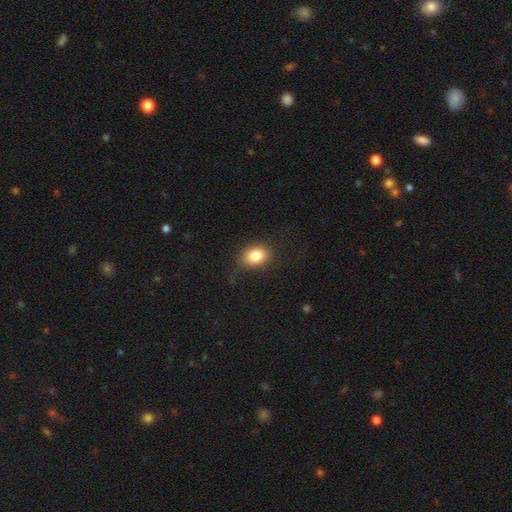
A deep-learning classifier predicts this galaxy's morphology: This appears to be a smooth galaxy with no disk features (83%) that is in between round and cigar-shaped (67%). Merging: none (80%).